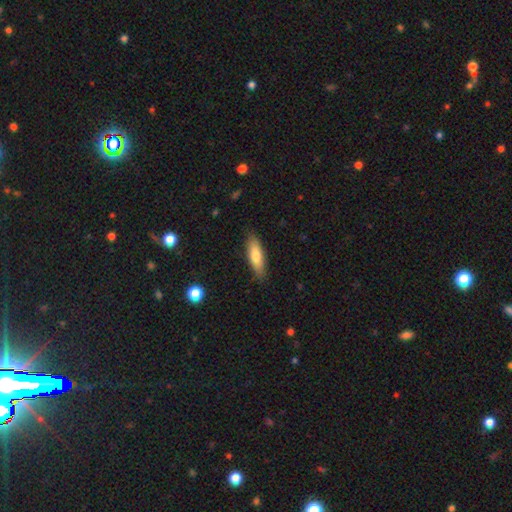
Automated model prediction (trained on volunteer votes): smooth_or_featured: smooth (p=0.71) [alt: featured or disk p=0.23]
how_rounded: cigar-shaped (p=0.52) [alt: in between p=0.46]
merging: none (p=0.85) [alt: minor disturbance p=0.12]